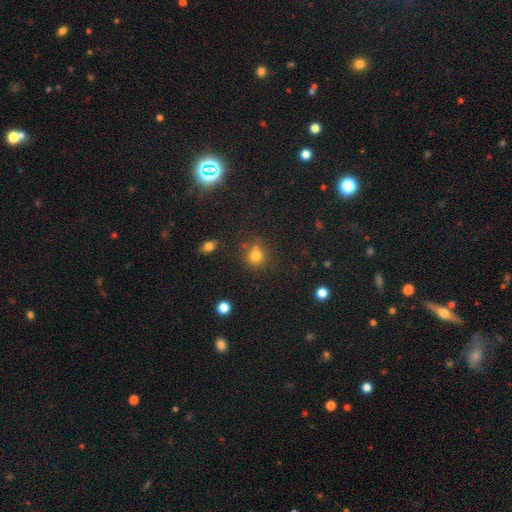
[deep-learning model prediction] smooth_or_featured: smooth (p=0.77) [alt: star or artifact p=0.15]
how_rounded: round (p=0.86) [alt: in between p=0.13]
merging: none (p=0.69) [alt: minor disturbance p=0.14]